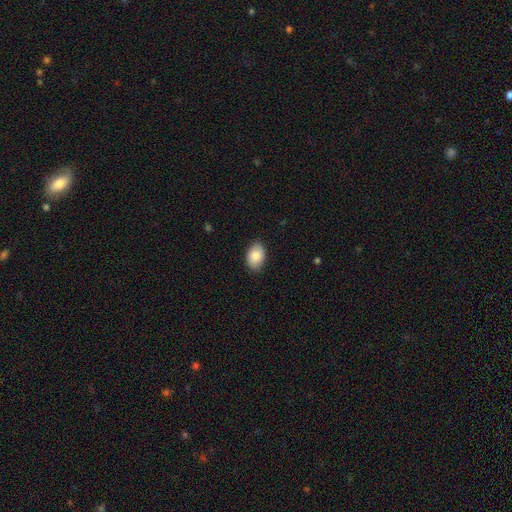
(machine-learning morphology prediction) This is clearly a smooth galaxy (84%). How rounded: clearly in between (86%). Merging: clearly none (86%).